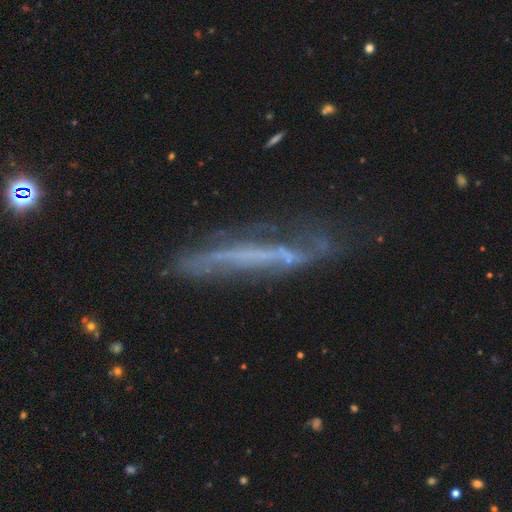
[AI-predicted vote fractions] Smooth or featured? Predicted: featured or disk (p=0.67). Edge-on disk? Predicted: yes (p=0.66). Merging? Predicted: none (p=0.50).